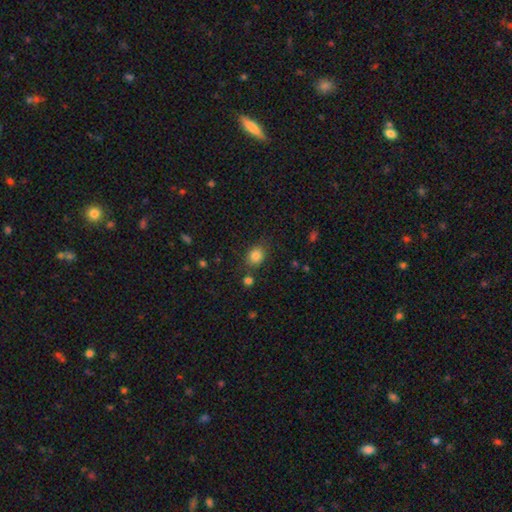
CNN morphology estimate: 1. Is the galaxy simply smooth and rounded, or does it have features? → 83% smooth, 11% star or artifact, 6% featured or disk.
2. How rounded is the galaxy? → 50% round, 49% in between, 1% cigar-shaped.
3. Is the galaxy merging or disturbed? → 76% none, 14% minor disturbance, 6% merger, 4% major disturbance.